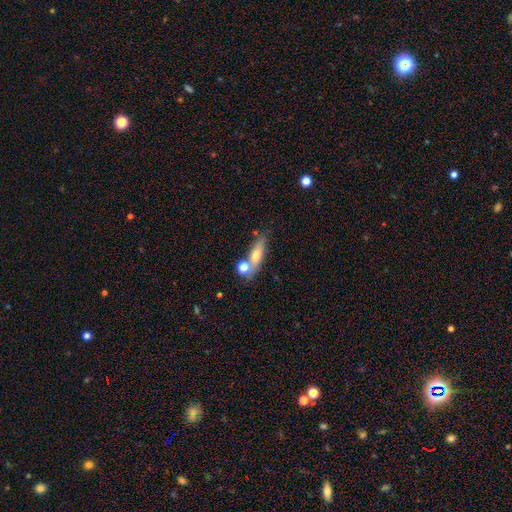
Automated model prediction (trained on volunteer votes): This is likely a smooth galaxy (63%). How rounded: possibly cigar-shaped (47%). Merging: possibly none (59%).